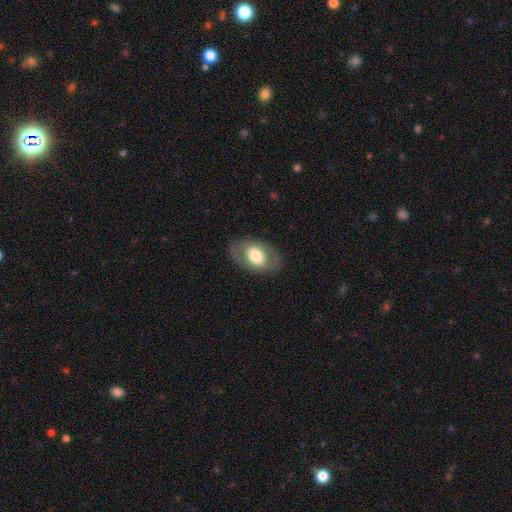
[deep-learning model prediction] Smooth or featured: smooth — 62% (featured or disk — 31%)
How rounded: in between — 86% (round — 13%)
Merging: none — 82% (minor disturbance — 12%)